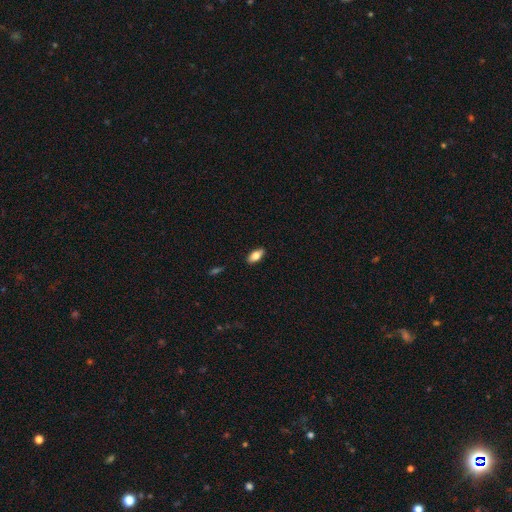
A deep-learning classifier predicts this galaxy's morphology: Smooth or featured? Predicted: smooth (p=0.77). How rounded? Predicted: in between (p=0.88). Merging? Predicted: none (p=0.88).